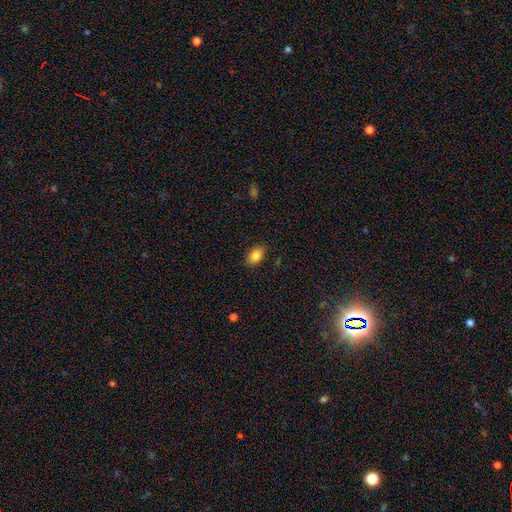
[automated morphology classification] Smooth or featured? Predicted: smooth (p=0.84). How rounded? Predicted: in between (p=0.83). Merging? Predicted: none (p=0.86).